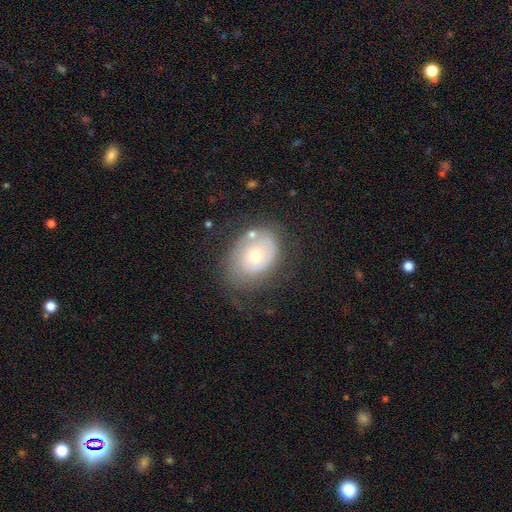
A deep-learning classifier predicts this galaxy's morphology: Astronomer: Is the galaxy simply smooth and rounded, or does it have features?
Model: featured or disk — 49% (runner-up: smooth, 43%).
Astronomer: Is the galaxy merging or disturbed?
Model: none — 52%.